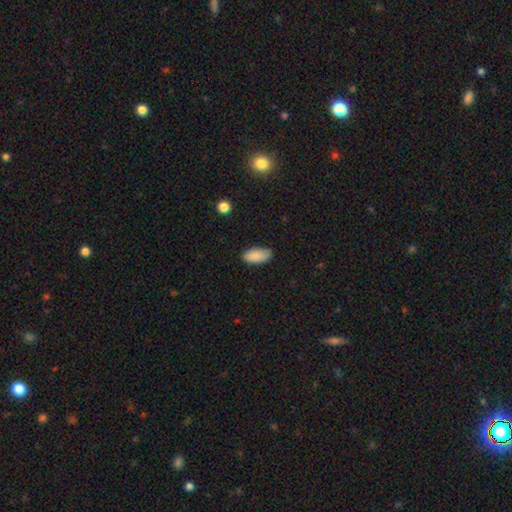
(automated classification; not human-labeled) This appears to be a smooth galaxy with no disk features (88%) that is in between round and cigar-shaped (92%). Merging: none (79%).